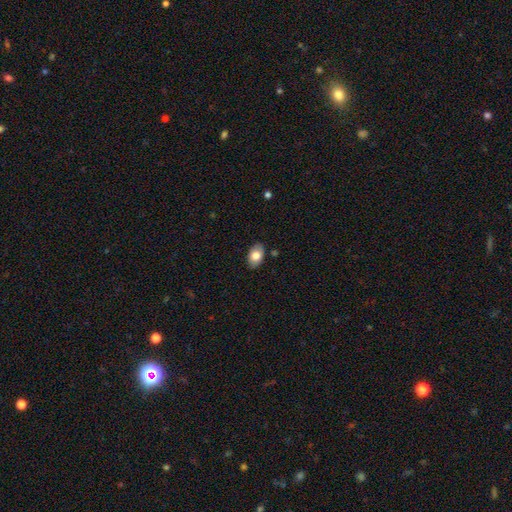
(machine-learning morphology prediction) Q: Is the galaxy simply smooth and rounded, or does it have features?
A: smooth — 77%.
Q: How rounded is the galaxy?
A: in between — 90%.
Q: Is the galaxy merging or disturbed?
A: none — 86%.